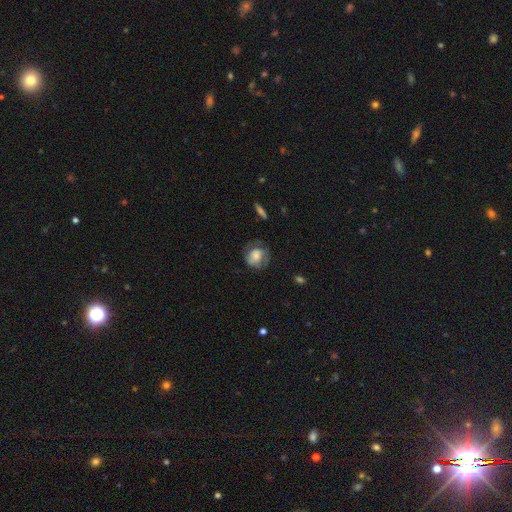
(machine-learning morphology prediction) Q: Smooth or featured?
A: smooth (63%); runner-up: featured or disk (29%)
Q: How rounded?
A: round (72%); runner-up: in between (27%)
Q: Merging?
A: none (56%); runner-up: minor disturbance (26%)